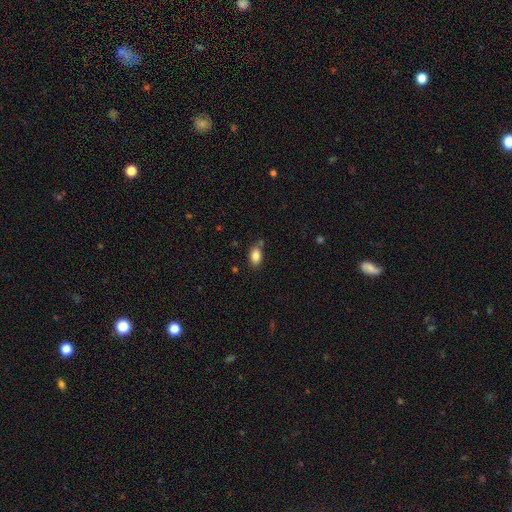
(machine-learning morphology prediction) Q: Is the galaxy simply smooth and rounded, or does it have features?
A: smooth — 85%.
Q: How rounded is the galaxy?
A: in between — 88%.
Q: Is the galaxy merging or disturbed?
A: none — 74%.